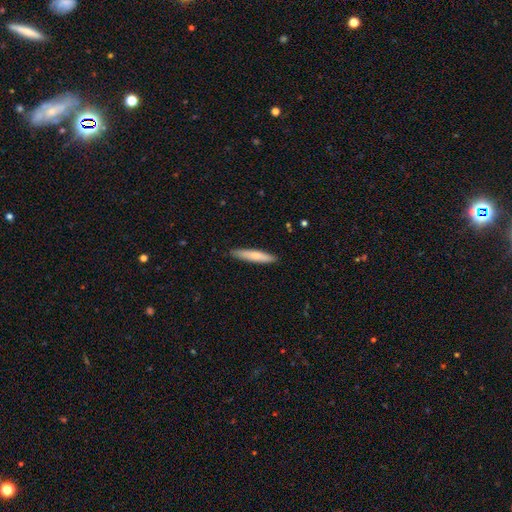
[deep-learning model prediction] Morphology: type=smooth (72%); roundness=cigar-shaped (89%); merging=none (88%).